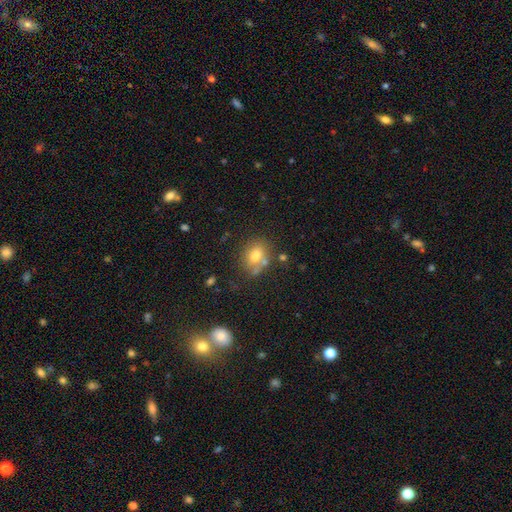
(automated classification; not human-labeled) Smooth or featured? Predicted: smooth (p=0.72). How rounded? Predicted: in between (p=0.54). Merging? Predicted: none (p=0.58).